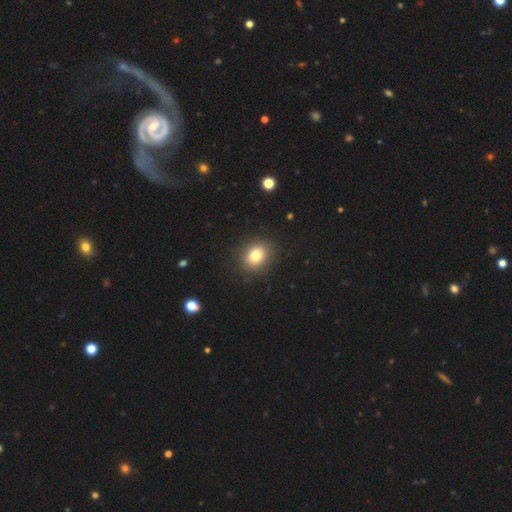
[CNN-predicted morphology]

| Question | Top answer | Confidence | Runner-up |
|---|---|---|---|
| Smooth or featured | smooth | 80% | star or artifact (12%) |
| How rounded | round | 63% | in between (36%) |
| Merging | none | 89% | minor disturbance (7%) |